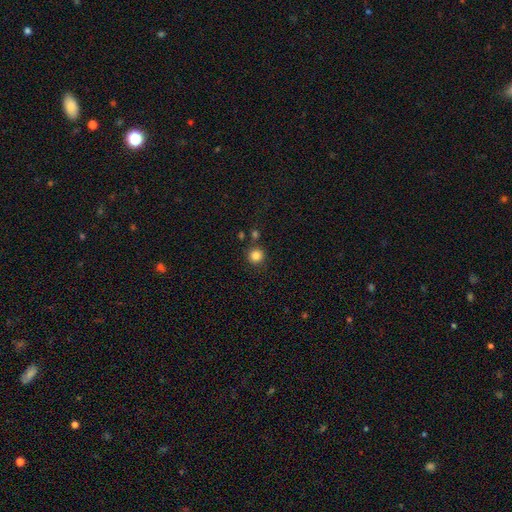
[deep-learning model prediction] A smooth galaxy with no disk features (84%) that is round (95%). Merging: none (84%).